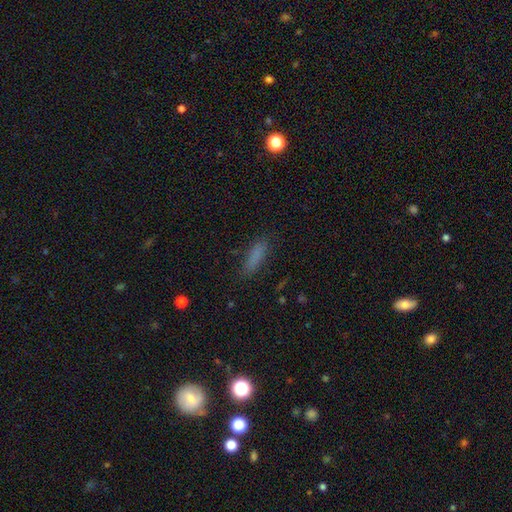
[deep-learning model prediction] This appears to be a smooth galaxy with no disk features (81%) that is cigar-shaped (58%). Merging: none (82%).